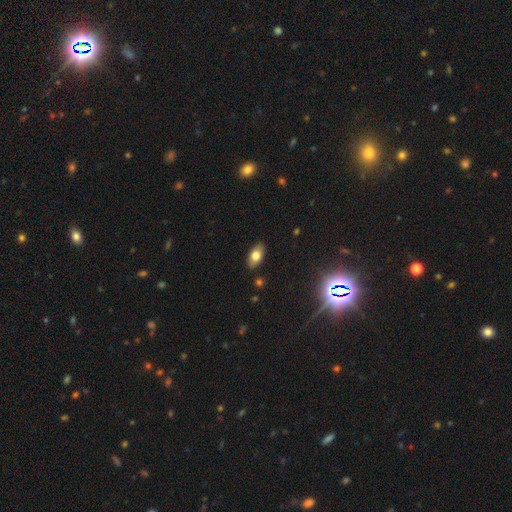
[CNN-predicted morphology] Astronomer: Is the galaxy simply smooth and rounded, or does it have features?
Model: smooth — 76%.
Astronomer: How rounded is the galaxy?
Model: in between — 91%.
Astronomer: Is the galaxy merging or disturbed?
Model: none — 88%.